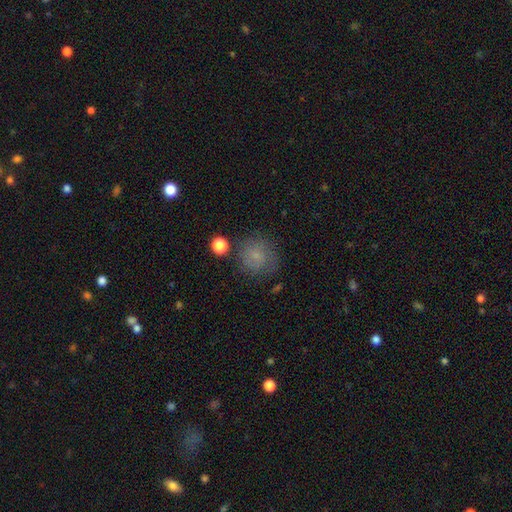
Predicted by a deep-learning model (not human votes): Overall: smooth (65%). How rounded: round (85%). Merging: none (67%).